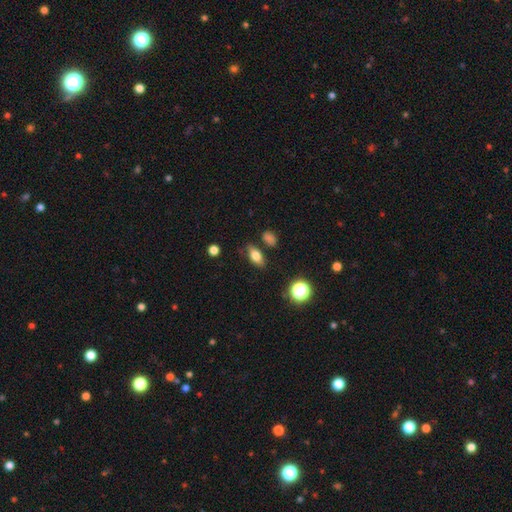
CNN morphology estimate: Overall: smooth (77%). How rounded: in between (83%). Merging: none (80%).